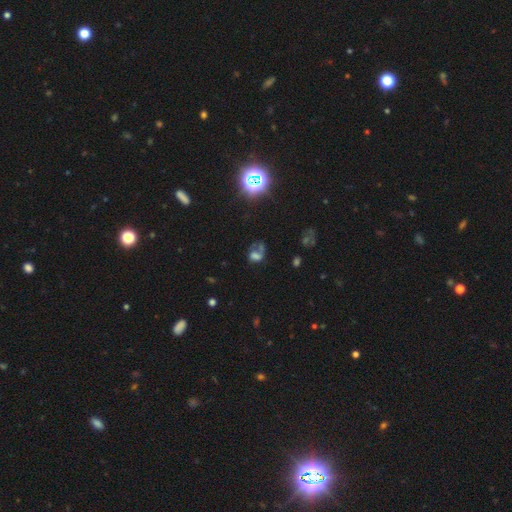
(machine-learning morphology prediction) A smooth galaxy with no disk features (41%).

Vote fractions:
- Smooth or featured? smooth: 41% / featured or disk: 32% / star or artifact: 27%
- Merging? major disturbance: 35% / none: 28% / merger: 21% / minor disturbance: 17%